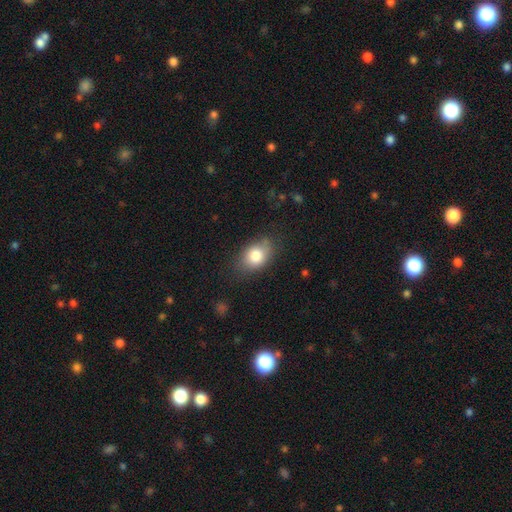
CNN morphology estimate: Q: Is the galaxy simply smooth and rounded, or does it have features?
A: smooth — 81%.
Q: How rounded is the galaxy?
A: in between — 76%.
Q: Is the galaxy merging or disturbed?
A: none — 71%.